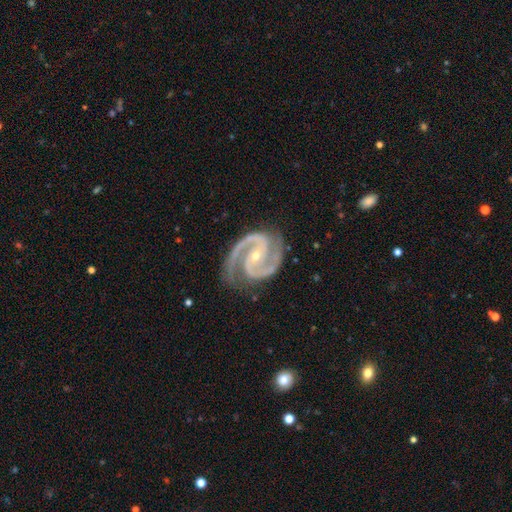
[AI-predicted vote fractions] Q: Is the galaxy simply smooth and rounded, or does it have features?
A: featured or disk — 94%.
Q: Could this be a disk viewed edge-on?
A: no — 98%.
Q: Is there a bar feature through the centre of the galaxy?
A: no — 42%.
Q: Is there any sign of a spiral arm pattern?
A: yes — 99%.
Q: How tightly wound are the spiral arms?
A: medium — 56%.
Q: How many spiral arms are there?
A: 2 — 92%.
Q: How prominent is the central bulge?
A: small — 75%.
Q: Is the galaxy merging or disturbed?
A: none — 79%.